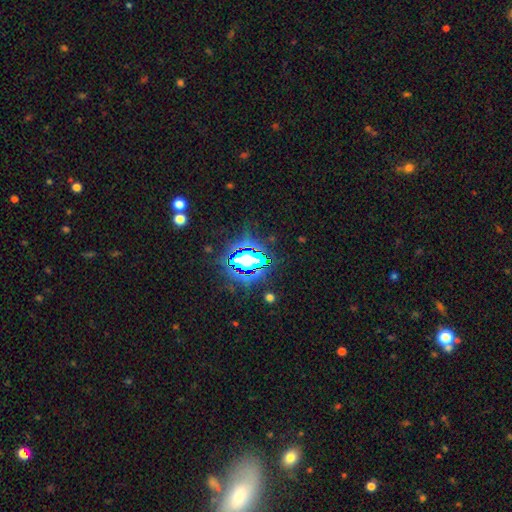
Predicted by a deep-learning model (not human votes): smooth_or_featured: star or artifact (p=0.79) [alt: smooth p=0.12]